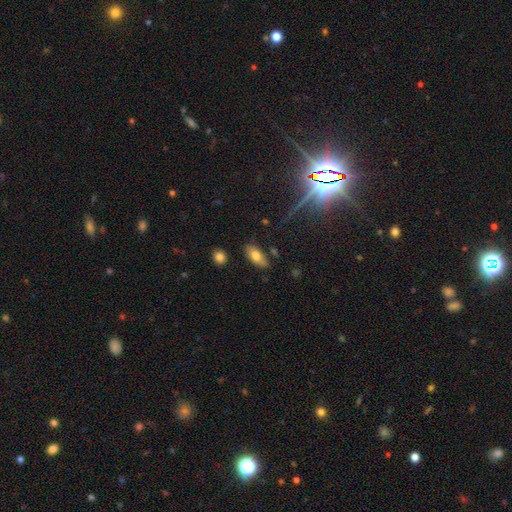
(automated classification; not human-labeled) A smooth galaxy with no disk features (72%) that is in between round and cigar-shaped (84%).

Vote fractions:
- Smooth or featured? smooth: 72% / featured or disk: 19% / star or artifact: 9%
- How rounded? in between: 84% / cigar-shaped: 14% / round: 3%
- Merging? none: 80% / minor disturbance: 14% / merger: 3% / major disturbance: 3%